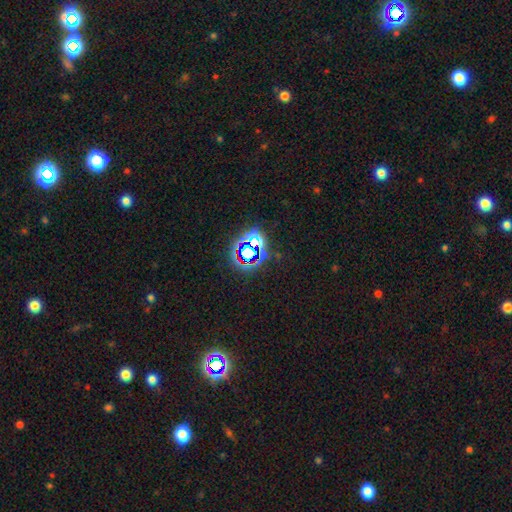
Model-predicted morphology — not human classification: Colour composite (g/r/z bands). It shows a star or artifact, not a galaxy (76%).